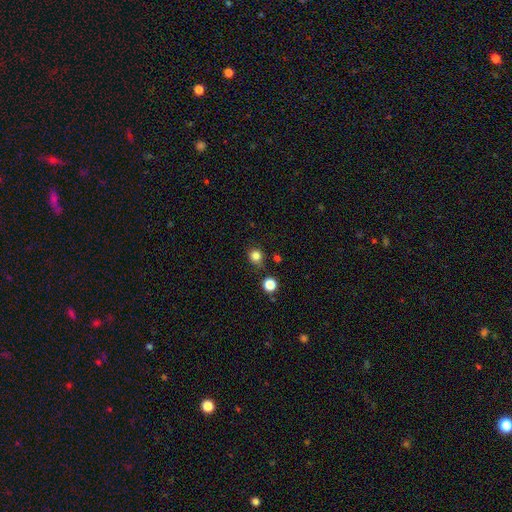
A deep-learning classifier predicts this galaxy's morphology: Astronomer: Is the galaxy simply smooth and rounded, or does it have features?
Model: smooth — 83%.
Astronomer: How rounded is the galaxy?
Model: round — 84%.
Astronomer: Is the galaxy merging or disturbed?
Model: none — 80%.